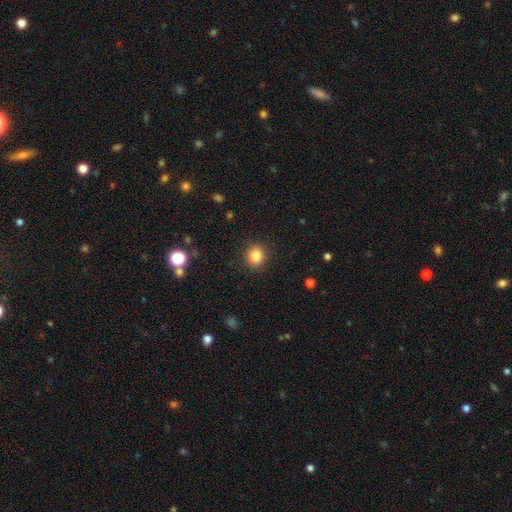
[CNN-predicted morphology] This appears to be a smooth galaxy with no disk features (84%) that is round (80%). Merging: none (90%).